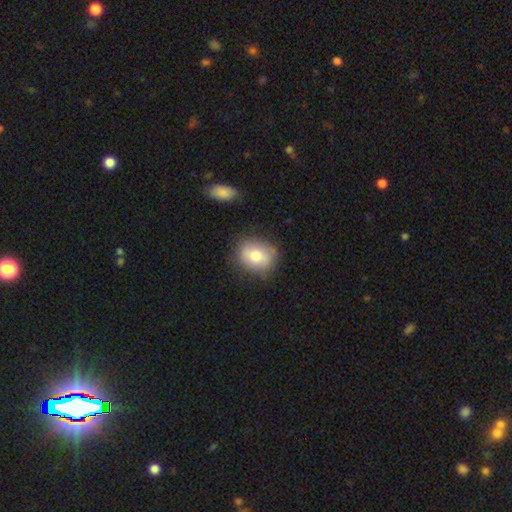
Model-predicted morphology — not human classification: Smooth or featured? smooth (76%)
How rounded? round (49%, tied with in between)
Merging? none (77%)